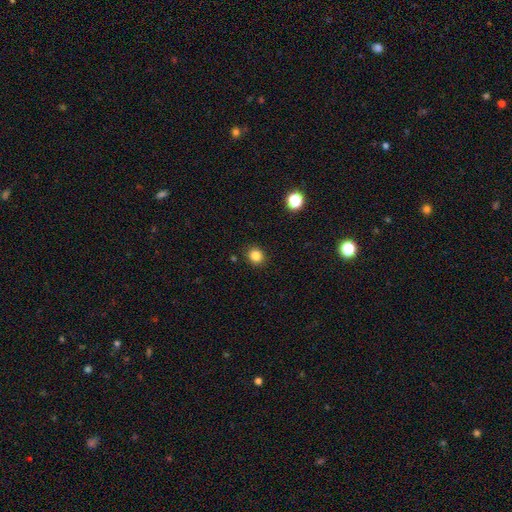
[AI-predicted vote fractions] smooth-or-featured: smooth: 83% | star or artifact: 12% | featured or disk: 4%
  how-rounded: round: 83% | in between: 16% | cigar-shaped: 1%
  merging: none: 90% | minor disturbance: 6% | major disturbance: 2% | merger: 1%